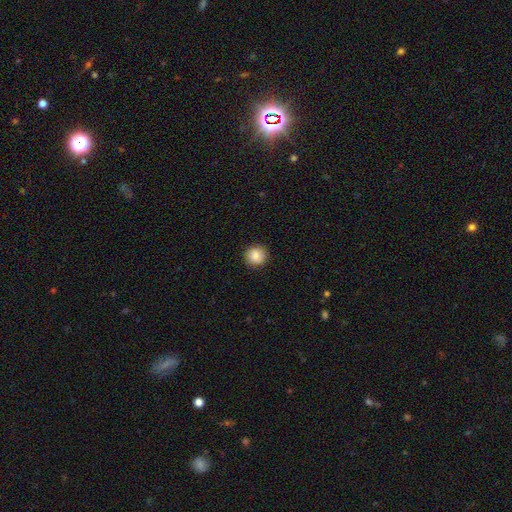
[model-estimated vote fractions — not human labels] This appears to be a smooth galaxy with no disk features (87%) that is round (94%). Merging: none (91%).